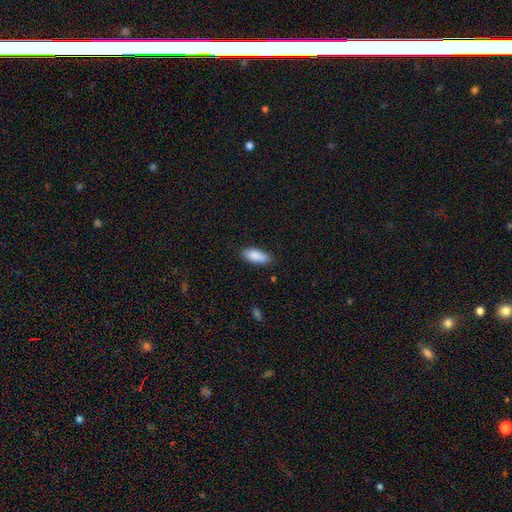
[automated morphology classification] Q: Smooth or featured?
A: smooth (88%); runner-up: star or artifact (6%)
Q: How rounded?
A: in between (81%); runner-up: cigar-shaped (17%)
Q: Merging?
A: none (80%); runner-up: minor disturbance (16%)